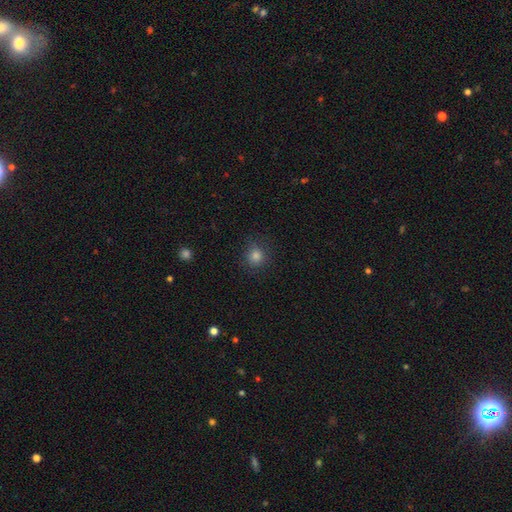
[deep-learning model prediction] Smooth or featured? Predicted: smooth (p=0.80). How rounded? Predicted: round (p=0.88). Merging? Predicted: none (p=0.85).